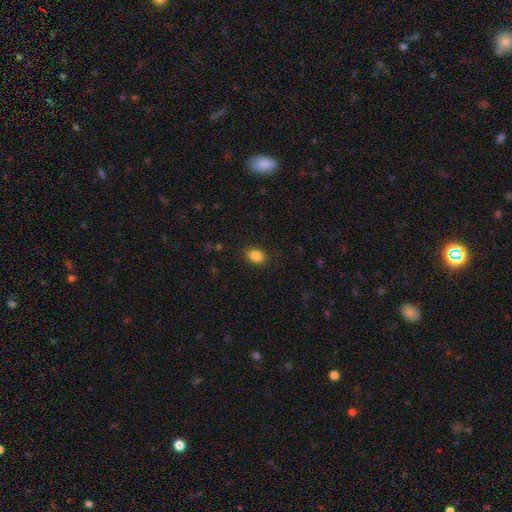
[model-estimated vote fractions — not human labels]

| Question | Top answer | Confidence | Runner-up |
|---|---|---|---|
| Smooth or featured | smooth | 86% | star or artifact (9%) |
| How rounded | in between | 81% | round (17%) |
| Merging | none | 87% | minor disturbance (9%) |